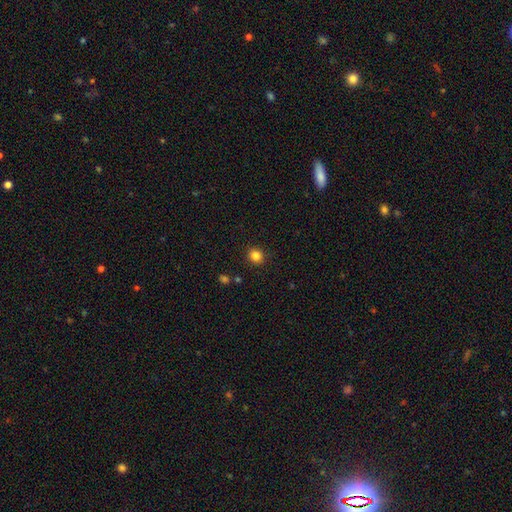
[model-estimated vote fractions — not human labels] Q: Smooth or featured?
A: smooth (84%); runner-up: star or artifact (12%)
Q: How rounded?
A: round (87%); runner-up: in between (13%)
Q: Merging?
A: none (90%); runner-up: minor disturbance (6%)